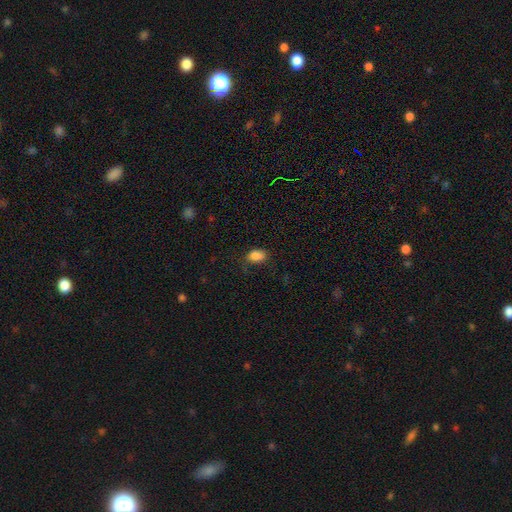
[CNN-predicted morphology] The model was most divided on "merging": none: 66%, minor disturbance: 23%, major disturbance: 9%, merger: 2%. More confident: smooth or featured — smooth (85%); how rounded — in between (81%).